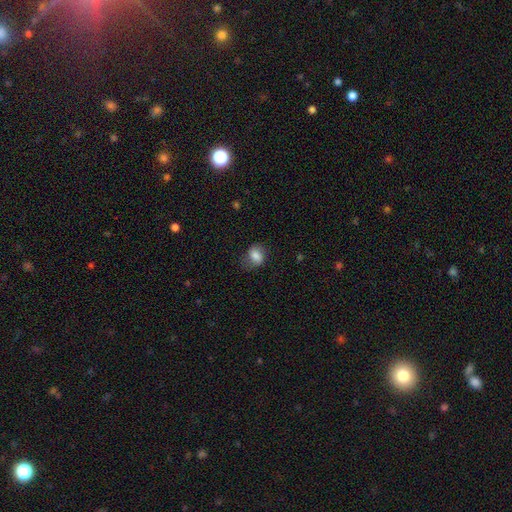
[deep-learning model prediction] Smooth or featured?
  - smooth: 77% *
  - featured or disk: 14%
  - star or artifact: 9%
How rounded?
  - in between: 62% *
  - round: 36%
  - cigar-shaped: 1%
Merging?
  - none: 61% *
  - minor disturbance: 26%
  - major disturbance: 12%
  - merger: 1%